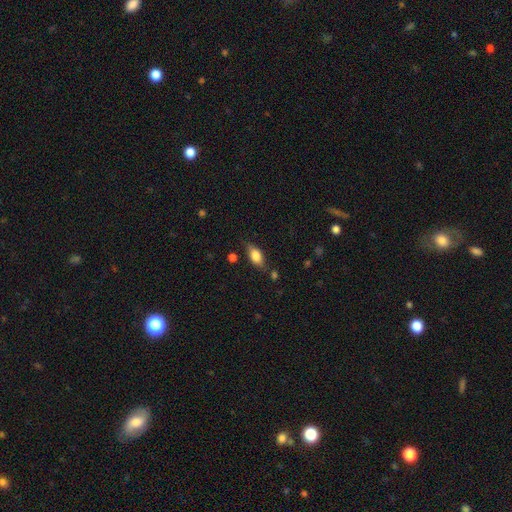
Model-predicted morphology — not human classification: This appears to be a smooth galaxy with no disk features (77%) that is in between round and cigar-shaped (85%). Merging: none (71%).